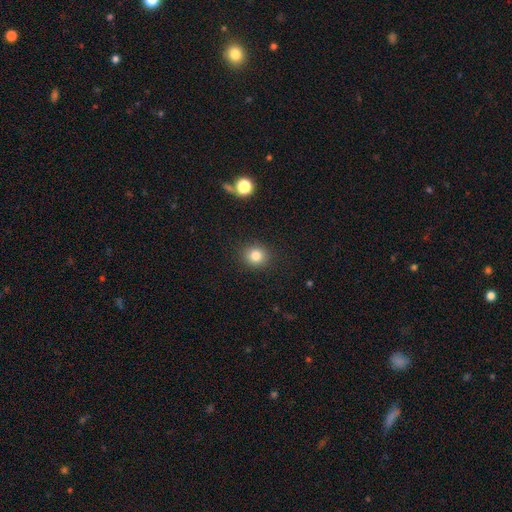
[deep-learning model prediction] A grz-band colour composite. It shows a smooth galaxy with no disk features (82%) that is round (84%). Merging: none (89%).